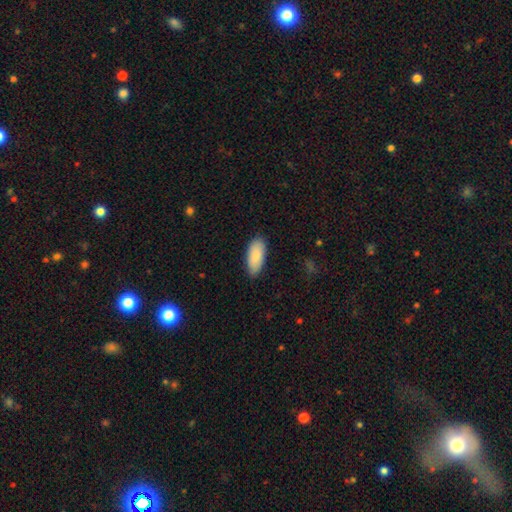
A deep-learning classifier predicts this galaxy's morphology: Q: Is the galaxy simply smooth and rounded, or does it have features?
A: smooth — 87%.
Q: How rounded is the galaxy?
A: in between — 89%.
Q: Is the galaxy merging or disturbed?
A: none — 81%.